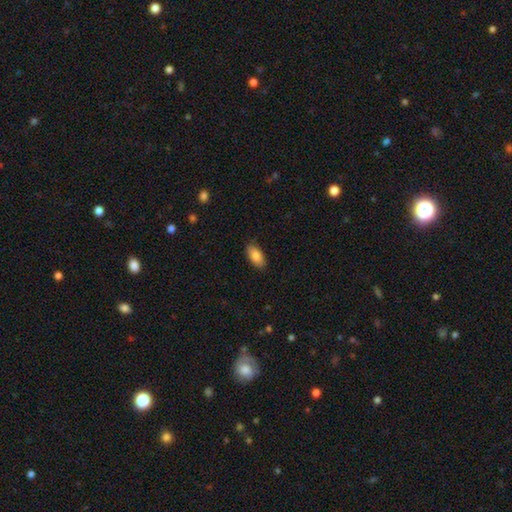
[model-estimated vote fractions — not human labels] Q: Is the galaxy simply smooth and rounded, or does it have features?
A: smooth — 84%.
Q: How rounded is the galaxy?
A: in between — 92%.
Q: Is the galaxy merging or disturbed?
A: none — 86%.